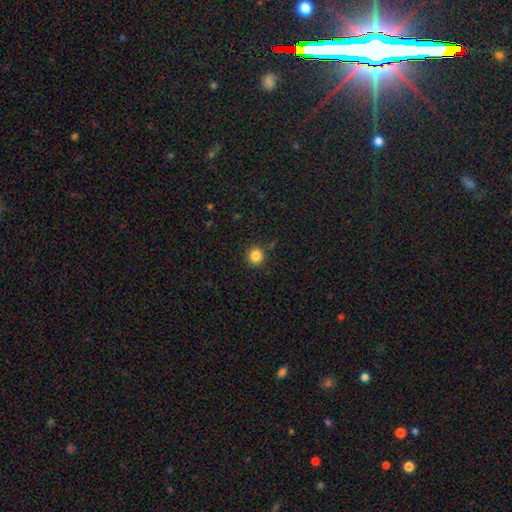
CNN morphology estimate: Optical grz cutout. It shows a smooth galaxy with no disk features (85%) that is round (93%). Merging: none (89%).